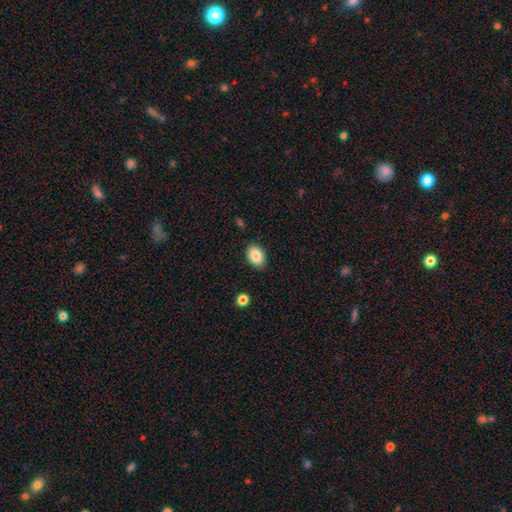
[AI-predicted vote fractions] A smooth galaxy with no disk features (87%) that is in between round and cigar-shaped (81%). Merging: none (87%).